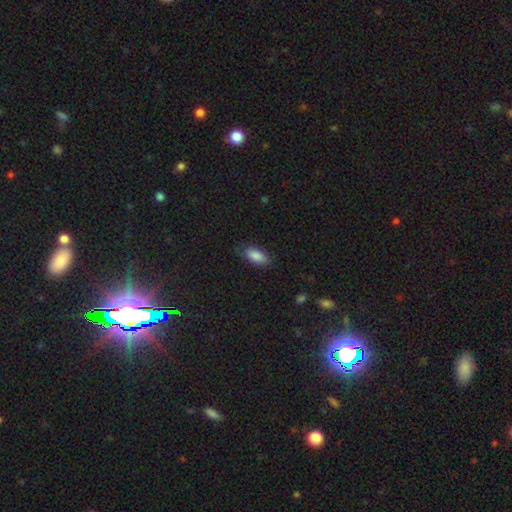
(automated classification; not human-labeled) The model was most divided on "merging": none: 75%, minor disturbance: 20%, major disturbance: 5%, merger: 1%. More confident: how rounded — in between (88%); smooth or featured — smooth (85%).